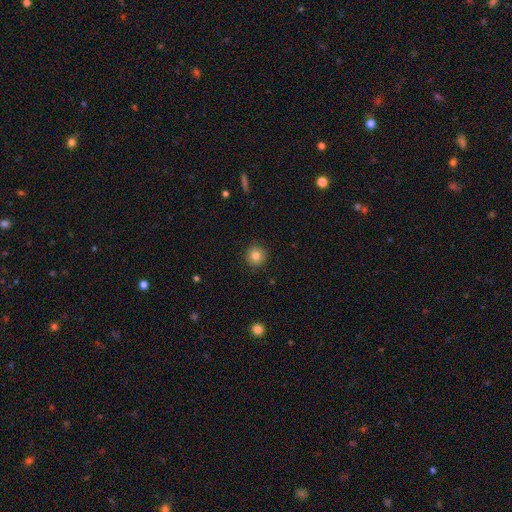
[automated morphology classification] The model was most divided on "smooth or featured": smooth: 84%, star or artifact: 10%, featured or disk: 6%. More confident: how rounded — round (94%); merging — none (90%).